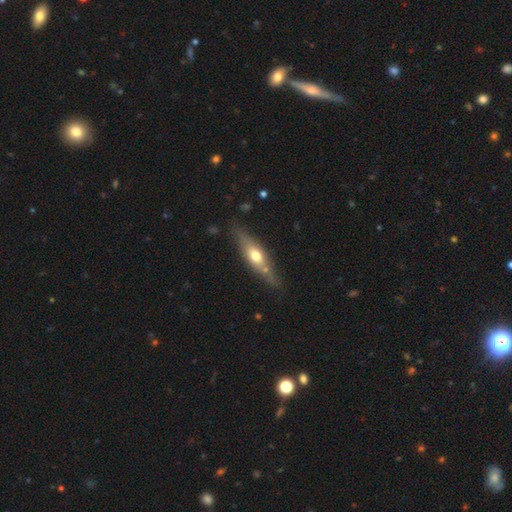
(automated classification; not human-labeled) This is possibly a featured or disk galaxy (51%). It is likely viewed edge-on (77%). Merging: likely none (76%).